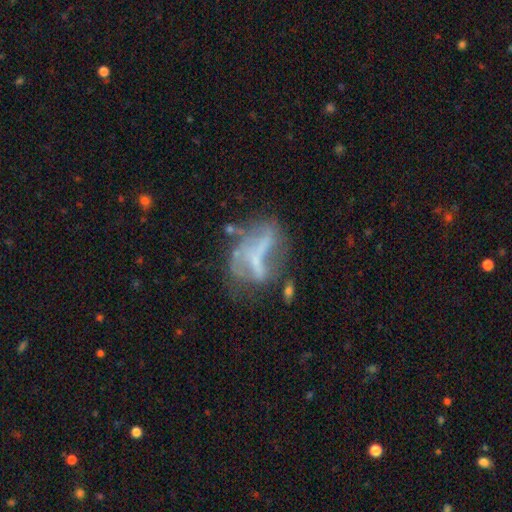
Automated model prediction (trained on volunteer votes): Q: Smooth or featured?
A: featured or disk (63%); runner-up: smooth (23%)
Q: Edge-on disk?
A: no (94%); runner-up: yes (6%)
Q: Bar?
A: no (52%); runner-up: weak (25%)
Q: Spiral arms?
A: no (68%); runner-up: yes (32%)
Q: Bulge size?
A: none (62%); runner-up: small (21%)
Q: Merging?
A: major disturbance (34%); tied with: none (34%)